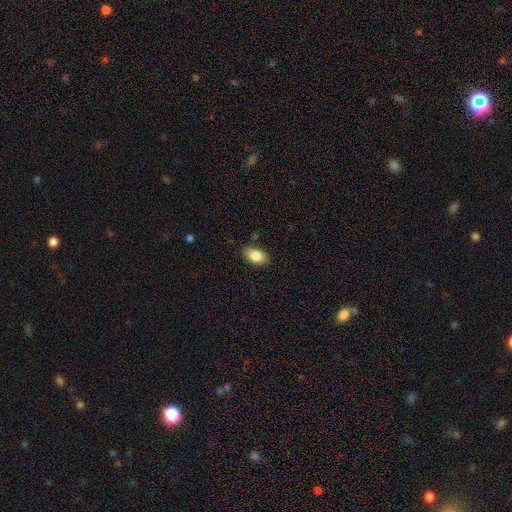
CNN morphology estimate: Smooth or featured?
  - smooth: 82% *
  - featured or disk: 10%
  - star or artifact: 8%
How rounded?
  - in between: 91% *
  - round: 7%
  - cigar-shaped: 2%
Merging?
  - none: 85% *
  - minor disturbance: 11%
  - major disturbance: 2%
  - merger: 1%